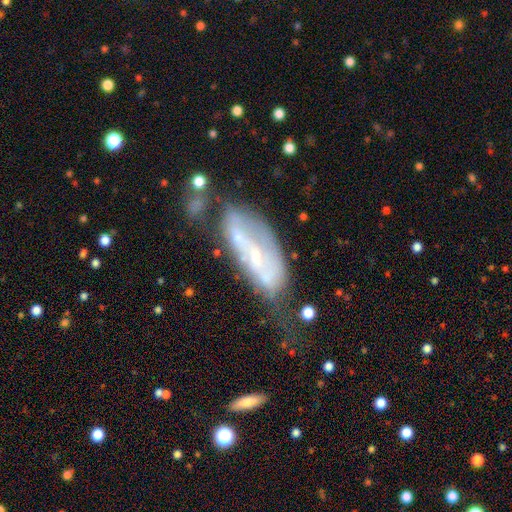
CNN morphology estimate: smooth-or-featured: featured or disk: 67% | smooth: 25% | star or artifact: 9%
  disk-edge-on: no: 85% | yes: 15%
    bar: no: 46% | weak: 30% | strong: 24%
    has-spiral-arms: yes: 55% | no: 45%
    bulge-size: small: 69% | moderate: 18% | none: 9% | large: 2% | dominant: 1%
  merging: none: 34% | minor disturbance: 28% | major disturbance: 24% | merger: 14%